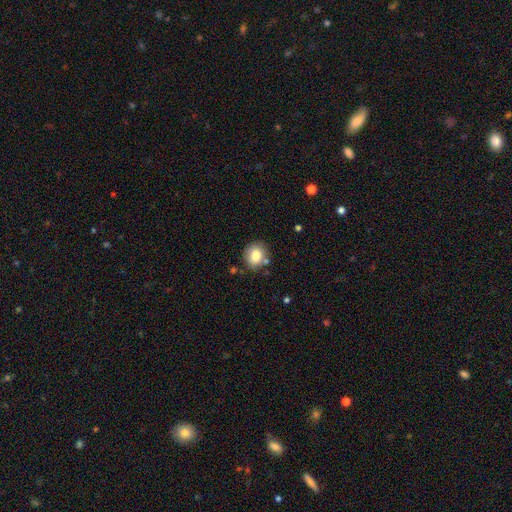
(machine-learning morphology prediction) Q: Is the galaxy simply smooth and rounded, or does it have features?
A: smooth — 81%.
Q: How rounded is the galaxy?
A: round — 74%.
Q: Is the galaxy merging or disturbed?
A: none — 79%.